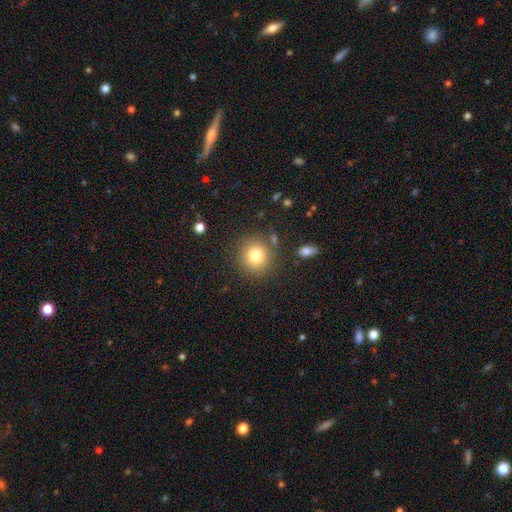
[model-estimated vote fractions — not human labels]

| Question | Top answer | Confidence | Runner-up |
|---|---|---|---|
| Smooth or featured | smooth | 79% | star or artifact (12%) |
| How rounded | round | 88% | in between (11%) |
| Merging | none | 84% | minor disturbance (9%) |